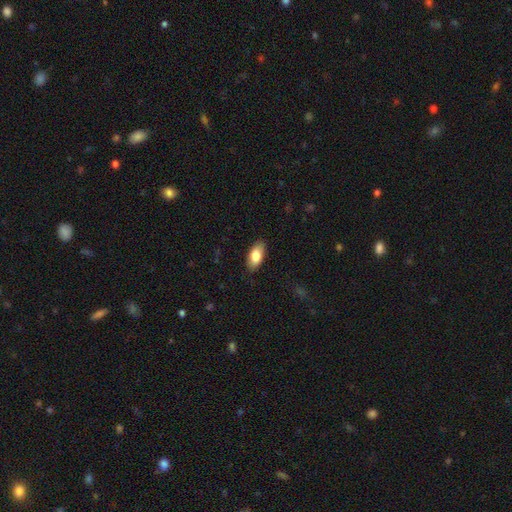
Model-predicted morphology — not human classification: Smooth or featured?
  - smooth: 82% *
  - featured or disk: 12%
  - star or artifact: 6%
How rounded?
  - in between: 91% *
  - cigar-shaped: 7%
  - round: 3%
Merging?
  - none: 86% *
  - minor disturbance: 11%
  - major disturbance: 2%
  - merger: 1%